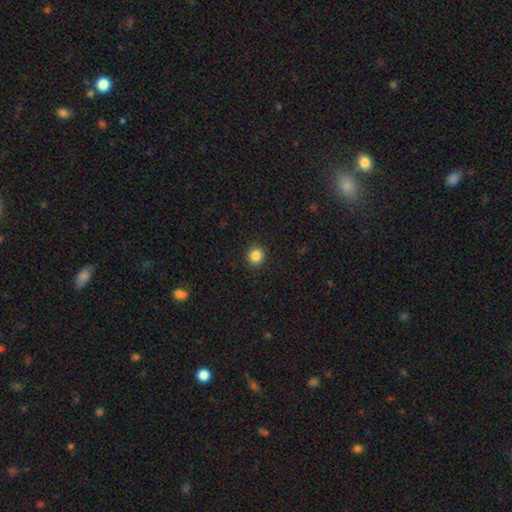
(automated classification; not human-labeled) Q: Smooth or featured?
A: smooth (86%); runner-up: star or artifact (11%)
Q: How rounded?
A: round (89%); runner-up: in between (10%)
Q: Merging?
A: none (92%); runner-up: minor disturbance (5%)